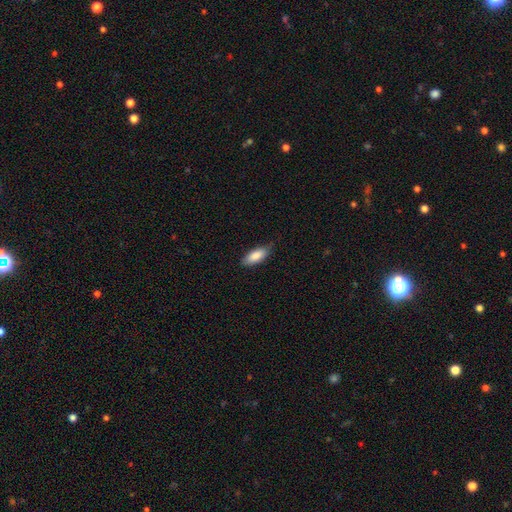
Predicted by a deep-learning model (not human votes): smooth 85%, featured or disk 9%, star or artifact 6%. Down the decision tree: how rounded — in between (78%); merging — none (75%).